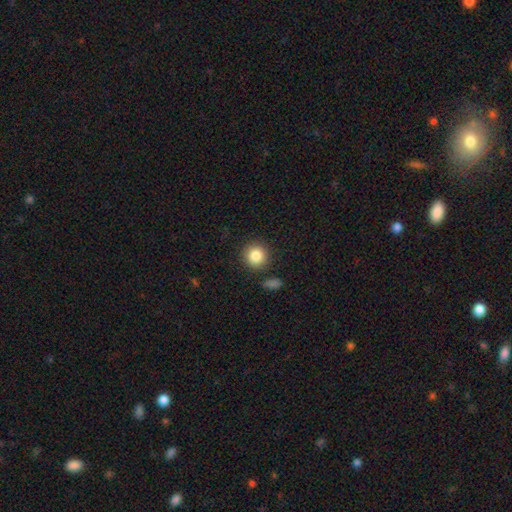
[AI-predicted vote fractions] Smooth or featured? Predicted: smooth (p=0.86). How rounded? Predicted: round (p=0.92). Merging? Predicted: none (p=0.87).